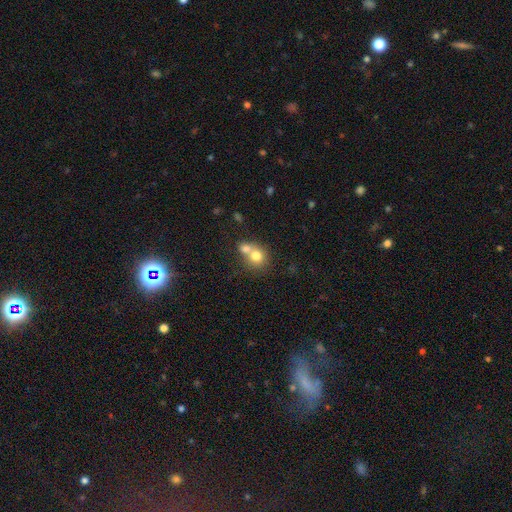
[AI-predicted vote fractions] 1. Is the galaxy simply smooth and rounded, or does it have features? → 75% smooth, 15% featured or disk, 10% star or artifact.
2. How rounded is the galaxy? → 78% round, 21% in between, 1% cigar-shaped.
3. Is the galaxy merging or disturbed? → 60% merger, 31% none, 6% minor disturbance, 3% major disturbance.